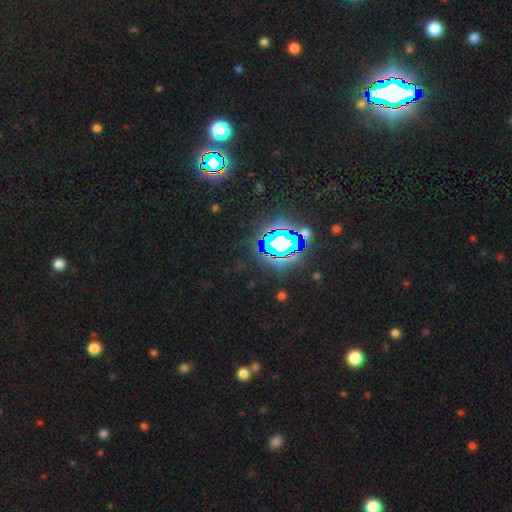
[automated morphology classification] star or artifact 83%, smooth 10%, featured or disk 7%.